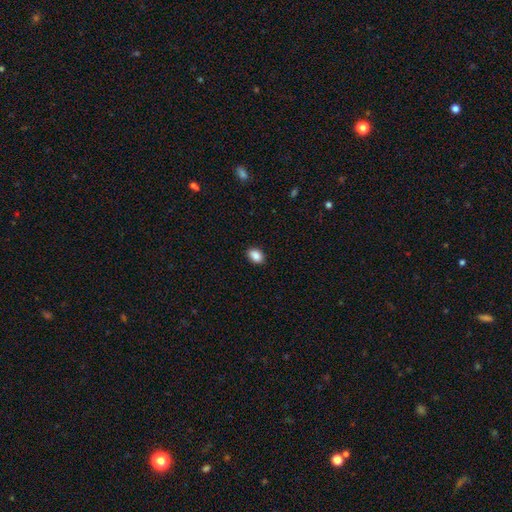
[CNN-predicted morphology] Q: Smooth or featured?
A: smooth (89%); runner-up: star or artifact (8%)
Q: How rounded?
A: in between (80%); runner-up: round (19%)
Q: Merging?
A: none (90%); runner-up: minor disturbance (8%)